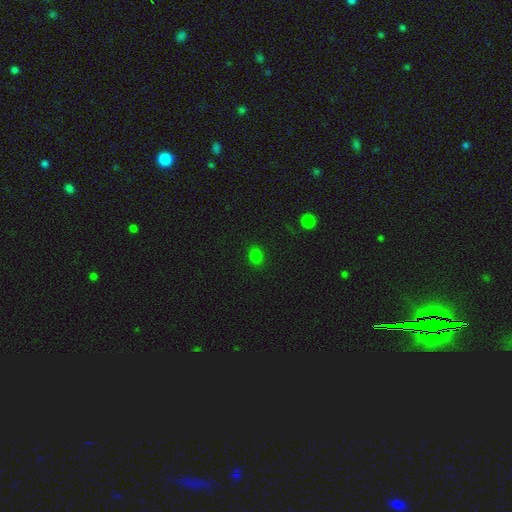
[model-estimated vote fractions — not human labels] Smooth or featured: smooth — 79% (star or artifact — 17%)
How rounded: in between — 59% (round — 40%)
Merging: none — 87% (minor disturbance — 9%)